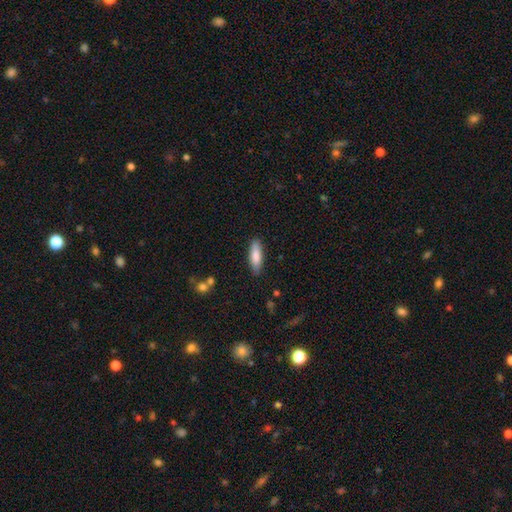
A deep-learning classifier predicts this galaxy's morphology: This is clearly a smooth galaxy (81%). How rounded: possibly cigar-shaped (58%). Merging: clearly none (86%).